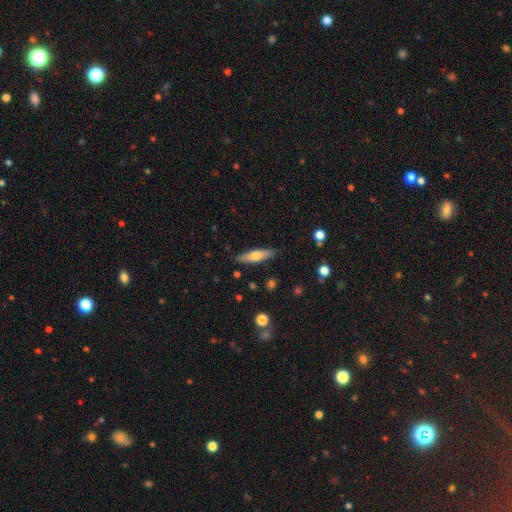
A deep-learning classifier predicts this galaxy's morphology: smooth_or_featured: smooth (p=0.57) [alt: featured or disk p=0.37]
how_rounded: cigar-shaped (p=0.72) [alt: in between p=0.26]
merging: none (p=0.87) [alt: minor disturbance p=0.09]